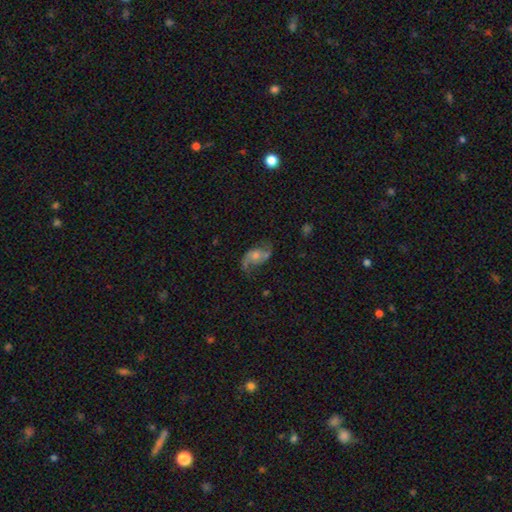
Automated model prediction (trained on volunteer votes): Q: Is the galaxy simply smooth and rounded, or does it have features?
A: featured or disk — 77%.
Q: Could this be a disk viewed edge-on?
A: no — 96%.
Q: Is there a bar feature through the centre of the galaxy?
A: no — 65%.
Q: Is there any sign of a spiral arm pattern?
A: yes — 93%.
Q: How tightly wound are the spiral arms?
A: loose — 58%.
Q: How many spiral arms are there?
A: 2 — 89%.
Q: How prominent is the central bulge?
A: moderate — 47%.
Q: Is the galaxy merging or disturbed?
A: none — 68%.